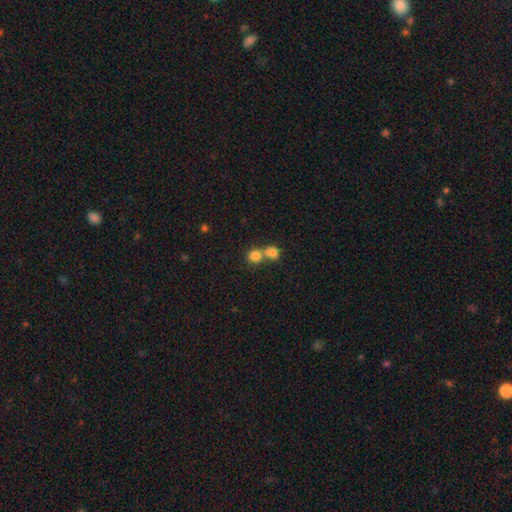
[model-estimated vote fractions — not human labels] The model was most divided on "merging": merger: 55%, none: 37%, minor disturbance: 5%, major disturbance: 3%. More confident: how rounded — round (83%); smooth or featured — smooth (80%).